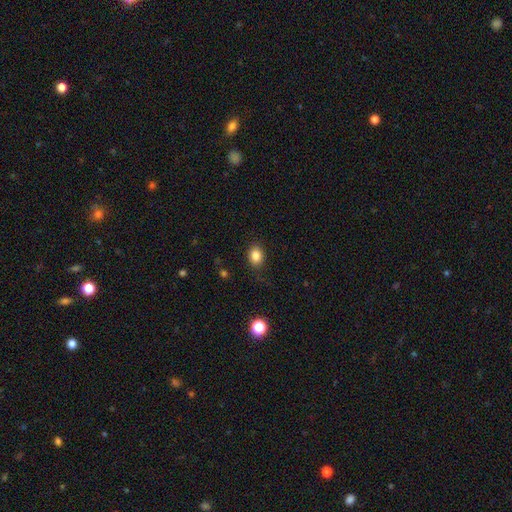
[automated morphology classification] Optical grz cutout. It shows a smooth galaxy with no disk features (84%) that is in between round and cigar-shaped (51%). Merging: none (84%).